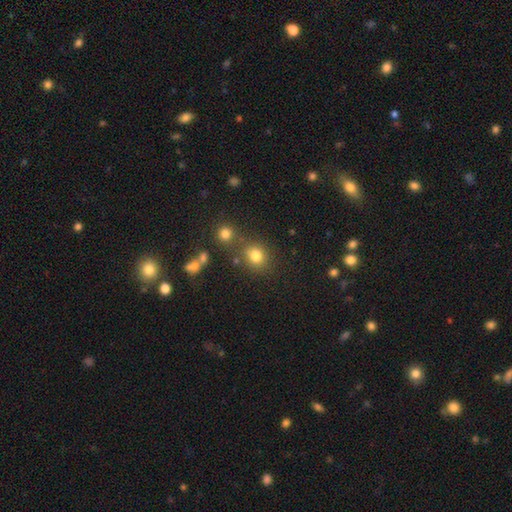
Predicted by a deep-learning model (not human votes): This is likely a smooth galaxy (78%). How rounded: likely round (78%). Merging: likely none (72%).